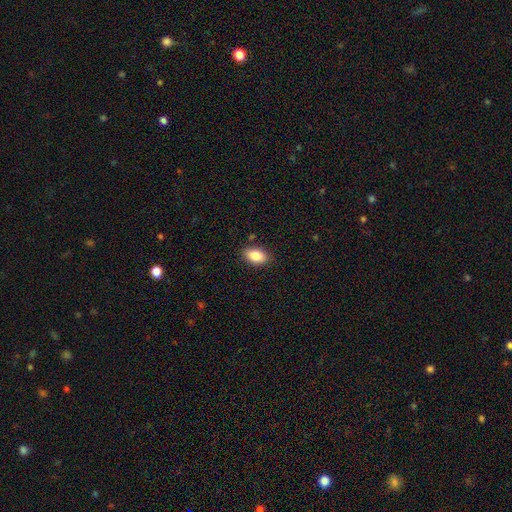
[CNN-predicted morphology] Smooth or featured? smooth (84%)
How rounded? in between (91%)
Merging? none (87%)